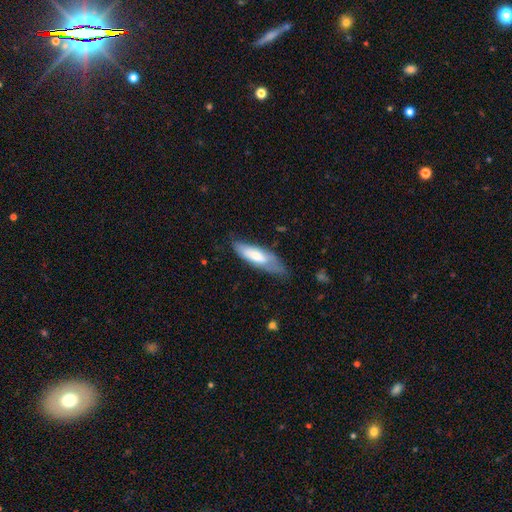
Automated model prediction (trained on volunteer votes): smooth_or_featured: smooth (p=0.68) [alt: featured or disk p=0.27]
how_rounded: in between (p=0.51) [alt: cigar-shaped p=0.47]
merging: none (p=0.47) [alt: minor disturbance p=0.37]